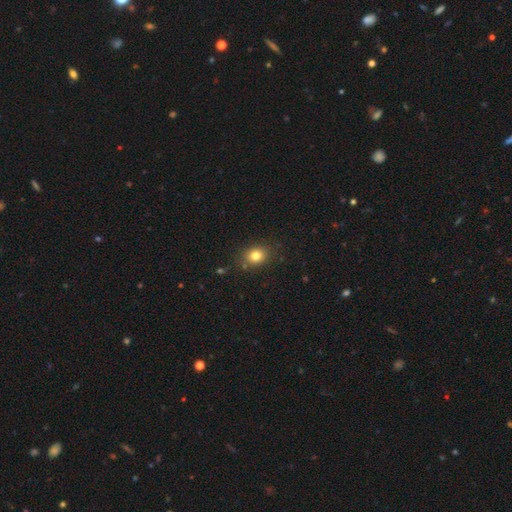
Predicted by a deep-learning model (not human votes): Overall: smooth (80%). How rounded: round (55%; in between 44%). Merging: none (81%).